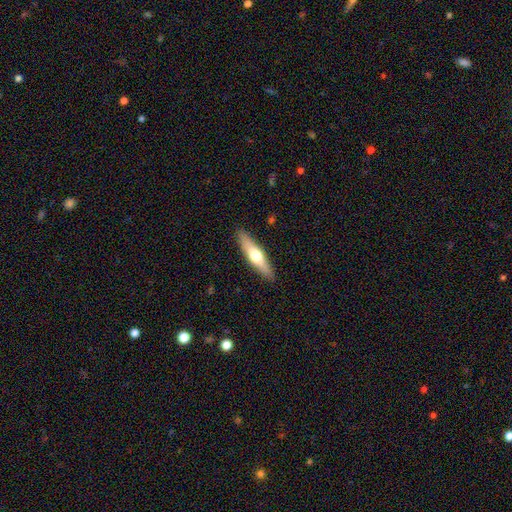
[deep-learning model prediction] This appears to be a featured or disk galaxy (49%). Merging: none (90%).